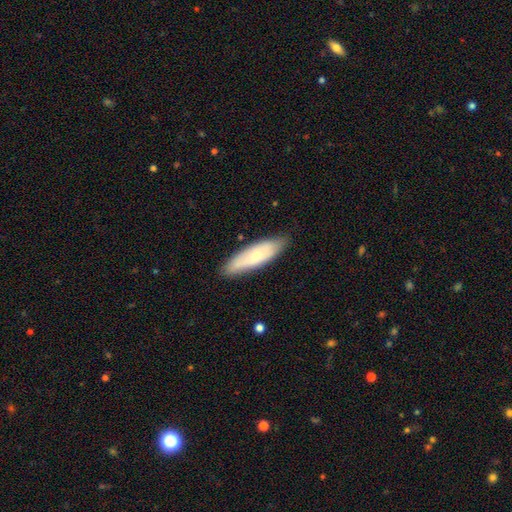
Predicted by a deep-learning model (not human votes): A smooth galaxy with no disk features (63%) that is cigar-shaped (54%). Merging: none (80%).